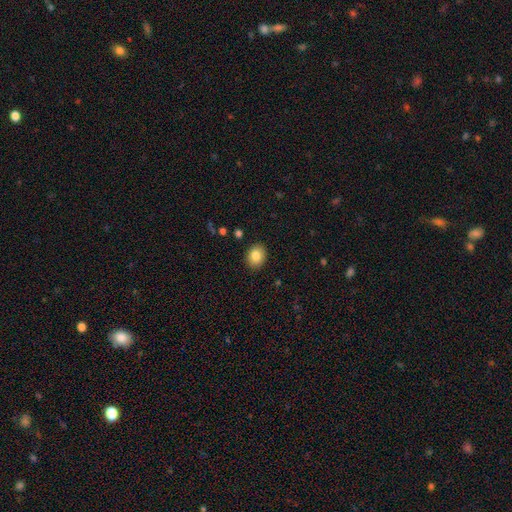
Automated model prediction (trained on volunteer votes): Morphology: type=smooth (84%); roundness=round (51%); merging=none (90%).